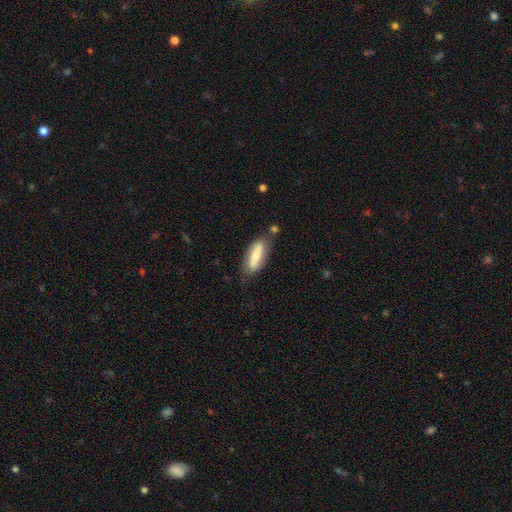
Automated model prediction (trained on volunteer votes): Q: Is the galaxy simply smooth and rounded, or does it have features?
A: smooth — 55%.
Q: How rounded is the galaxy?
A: in between — 53%.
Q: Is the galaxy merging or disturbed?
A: none — 73%.